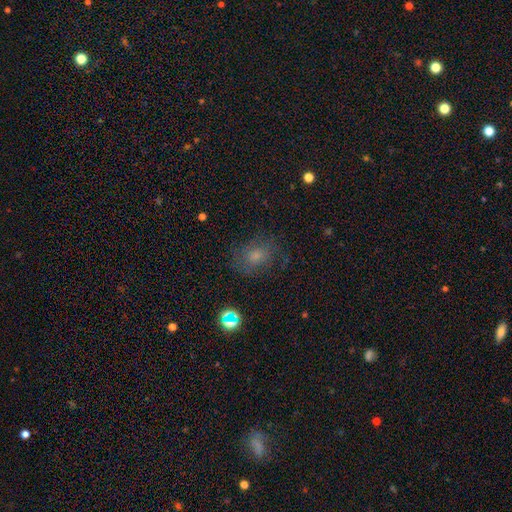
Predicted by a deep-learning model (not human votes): Smooth or featured: smooth — 50% (featured or disk — 30%)
How rounded: in between — 53% (round — 46%)
Merging: none — 69% (minor disturbance — 19%)